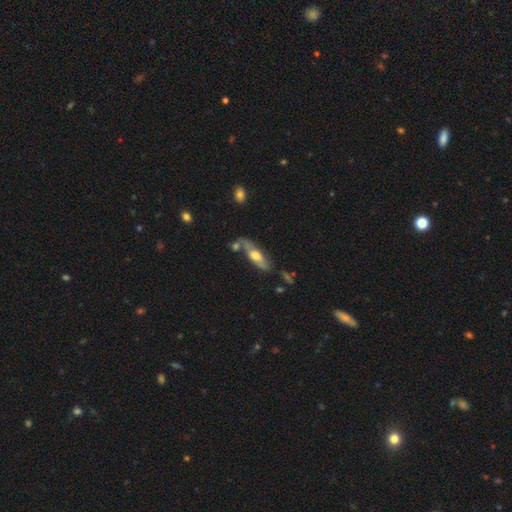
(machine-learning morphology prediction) Q: Smooth or featured?
A: featured or disk (53%); runner-up: smooth (41%)
Q: Edge-on disk?
A: no (60%); runner-up: yes (40%)
Q: Merging?
A: none (48%); runner-up: minor disturbance (22%)